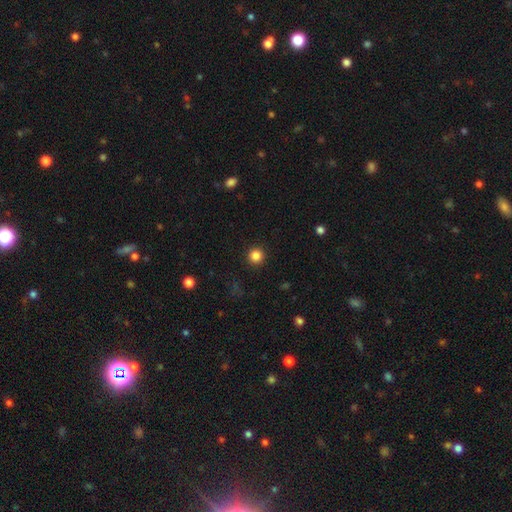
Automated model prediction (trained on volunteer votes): A smooth galaxy with no disk features (85%) that is round (95%). Merging: none (92%).